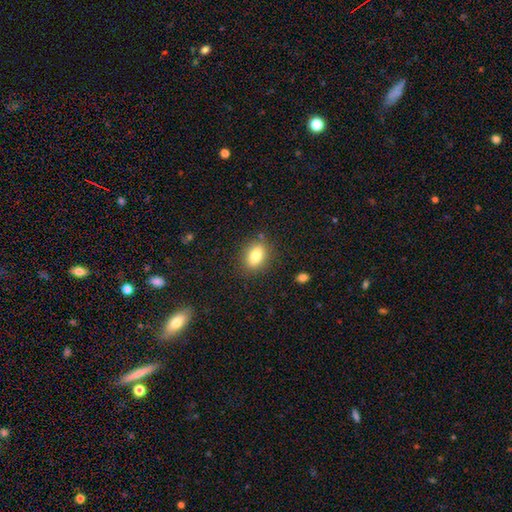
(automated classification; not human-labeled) Smooth or featured? smooth (80%)
How rounded? in between (78%)
Merging? none (84%)